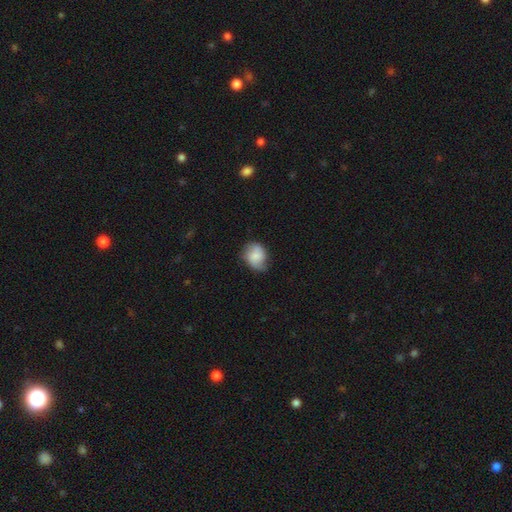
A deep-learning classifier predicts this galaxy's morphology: Smooth or featured? Predicted: smooth (p=0.68). How rounded? Predicted: in between (p=0.50). Merging? Predicted: none (p=0.58).